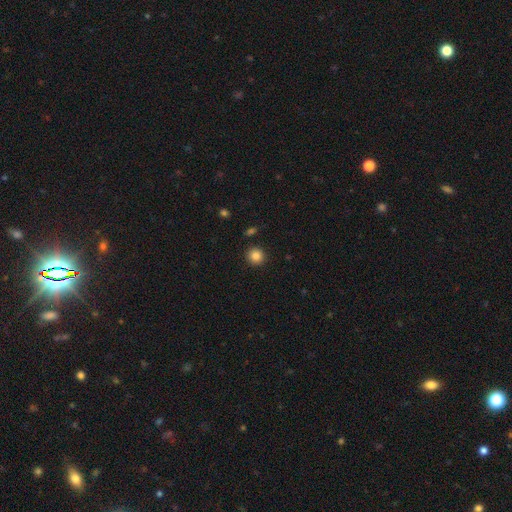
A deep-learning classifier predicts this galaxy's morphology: This is clearly a smooth galaxy (85%). How rounded: clearly round (94%). Merging: clearly none (91%).